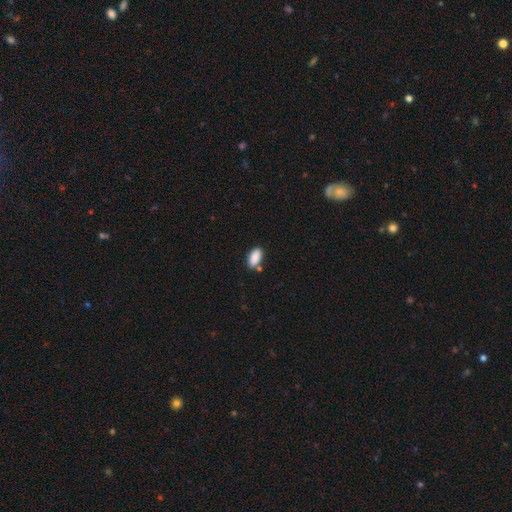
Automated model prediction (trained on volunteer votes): The model was most divided on "merging": none: 76%, minor disturbance: 14%, merger: 7%, major disturbance: 3%. More confident: how rounded — in between (91%); smooth or featured — smooth (89%).